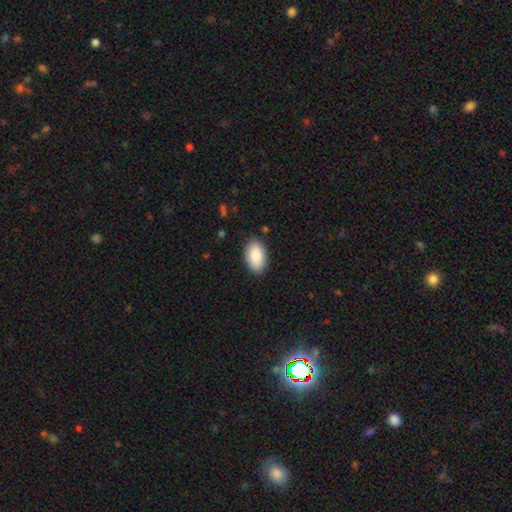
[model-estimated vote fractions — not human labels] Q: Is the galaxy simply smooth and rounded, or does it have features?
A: smooth — 90%.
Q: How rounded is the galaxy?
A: in between — 94%.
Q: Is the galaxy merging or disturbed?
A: none — 86%.